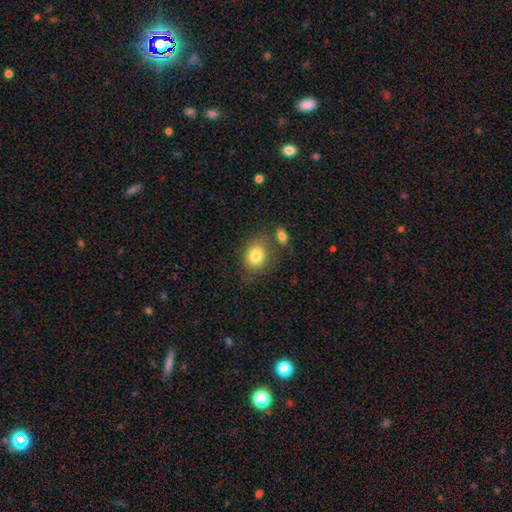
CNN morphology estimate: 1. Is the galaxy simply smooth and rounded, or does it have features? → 82% smooth, 10% featured or disk, 9% star or artifact.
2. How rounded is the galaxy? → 55% in between, 44% round, 1% cigar-shaped.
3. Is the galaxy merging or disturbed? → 67% none, 16% minor disturbance, 11% merger, 6% major disturbance.